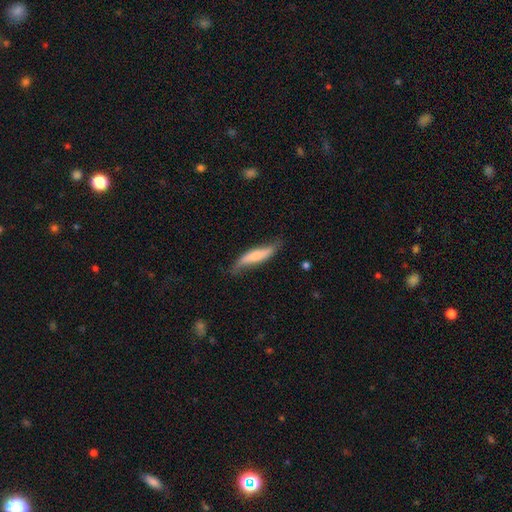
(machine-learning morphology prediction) Q: Smooth or featured?
A: smooth (53%); runner-up: featured or disk (41%)
Q: How rounded?
A: cigar-shaped (72%); runner-up: in between (26%)
Q: Merging?
A: none (59%); runner-up: minor disturbance (31%)